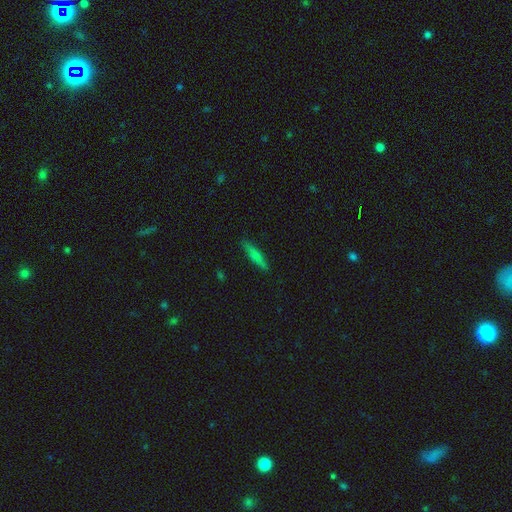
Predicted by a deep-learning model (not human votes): smooth-or-featured: smooth: 68% | featured or disk: 24% | star or artifact: 8%
  how-rounded: cigar-shaped: 87% | in between: 11% | round: 2%
  merging: none: 87% | minor disturbance: 10% | major disturbance: 2% | merger: 1%